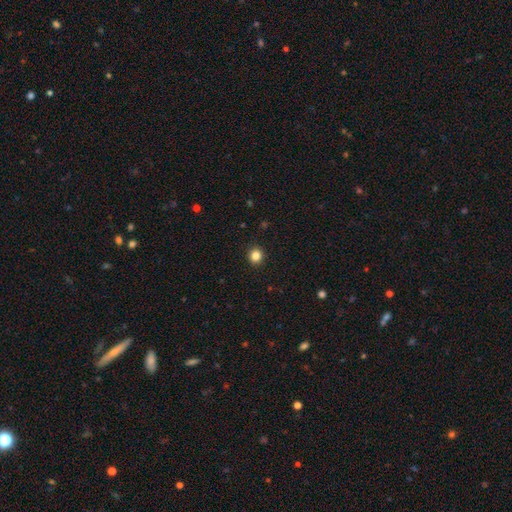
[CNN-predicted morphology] Smooth or featured: smooth — 84% (star or artifact — 12%)
How rounded: round — 89% (in between — 10%)
Merging: none — 92% (minor disturbance — 5%)